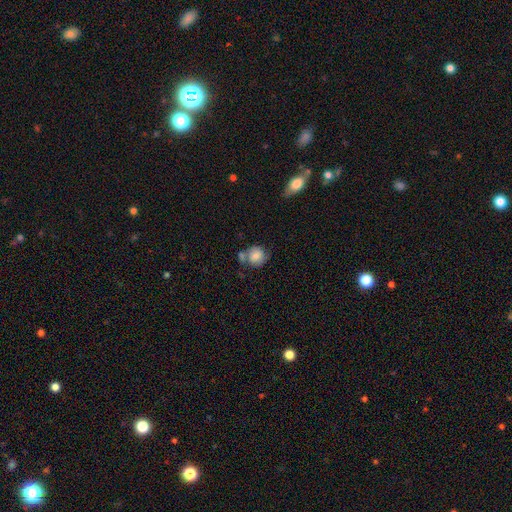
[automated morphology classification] Smooth or featured? smooth (73%)
How rounded? round (80%)
Merging? none (43%)